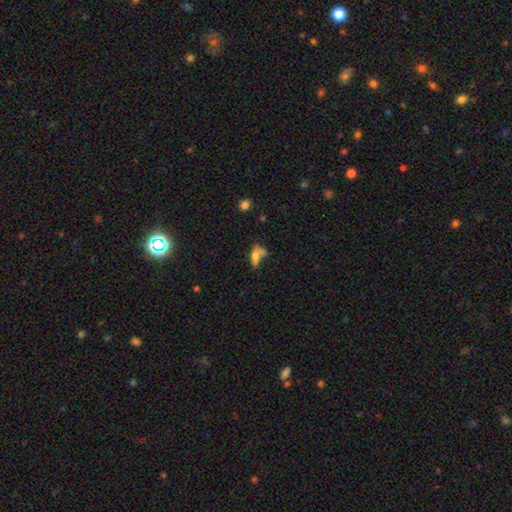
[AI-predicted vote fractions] A smooth galaxy with no disk features (61%) that is in between round and cigar-shaped (69%).

Vote fractions:
- Smooth or featured? smooth: 61% / featured or disk: 26% / star or artifact: 13%
- How rounded? in between: 69% / cigar-shaped: 23% / round: 7%
- Merging? merger: 37% / none: 28% / major disturbance: 19% / minor disturbance: 16%